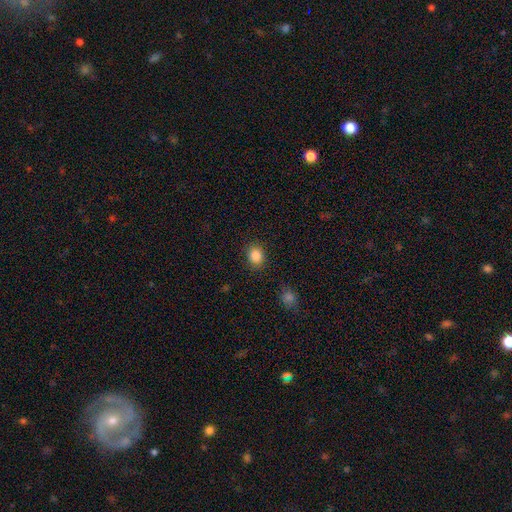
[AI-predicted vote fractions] A smooth galaxy with no disk features (86%) that is round (65%). Merging: none (86%).